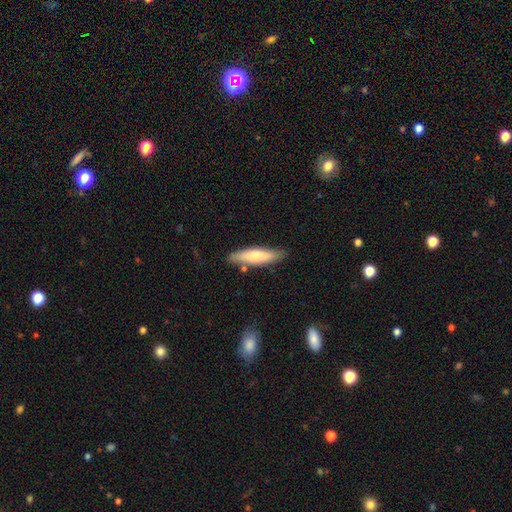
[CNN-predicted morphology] A smooth galaxy with no disk features (68%) that is cigar-shaped (69%).

Vote fractions:
- Smooth or featured? smooth: 68% / featured or disk: 27% / star or artifact: 5%
- How rounded? cigar-shaped: 69% / in between: 29% / round: 2%
- Merging? none: 80% / minor disturbance: 13% / merger: 4% / major disturbance: 2%